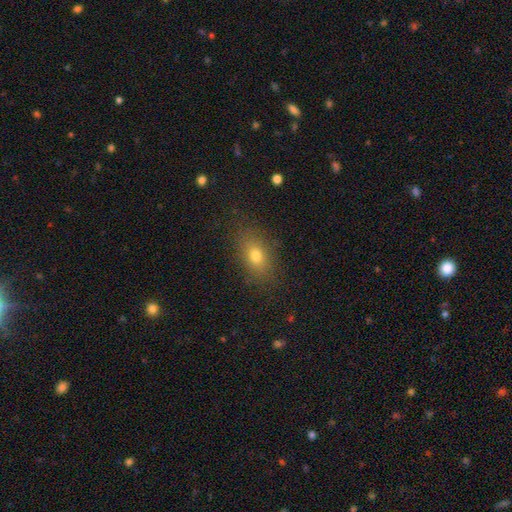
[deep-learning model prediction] Smooth or featured? Predicted: smooth (p=0.75). How rounded? Predicted: in between (p=0.79). Merging? Predicted: none (p=0.83).